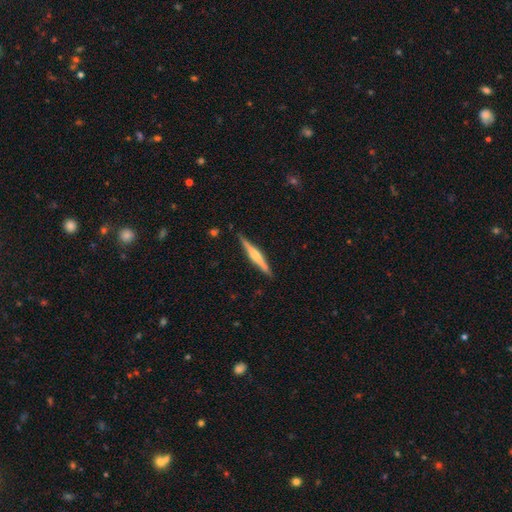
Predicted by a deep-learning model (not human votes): Q: Smooth or featured?
A: featured or disk (66%); runner-up: smooth (29%)
Q: Edge-on disk?
A: yes (98%); runner-up: no (2%)
Q: Edge-on bulge?
A: rounded (63%); runner-up: boxy (22%)
Q: Merging?
A: none (89%); runner-up: minor disturbance (8%)